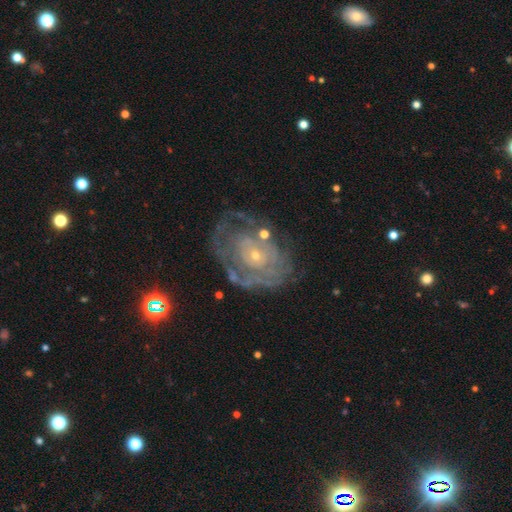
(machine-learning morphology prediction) The model was most divided on "merging": none: 59%, minor disturbance: 21%, major disturbance: 15%, merger: 4%. More confident: edge-on disk — no (96%); bulge size — small (82%); bar — no (81%); smooth or featured — featured or disk (78%); spiral arms — yes (71%); spiral winding — tight (70%); spiral arm count — can't tell (55%).